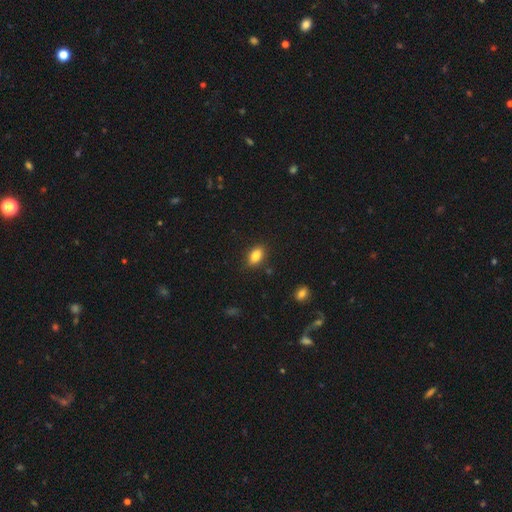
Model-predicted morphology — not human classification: smooth-or-featured: smooth: 84% | star or artifact: 9% | featured or disk: 7%
  how-rounded: in between: 85% | round: 12% | cigar-shaped: 3%
  merging: none: 85% | minor disturbance: 11% | major disturbance: 2% | merger: 2%